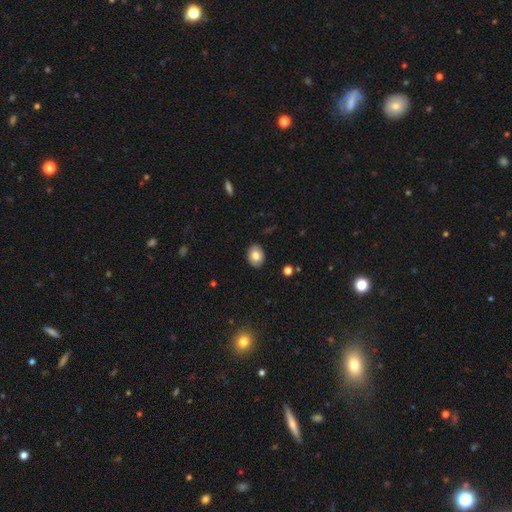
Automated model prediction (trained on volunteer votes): Morphology: type=smooth (79%); roundness=in between (65%); merging=none (89%).